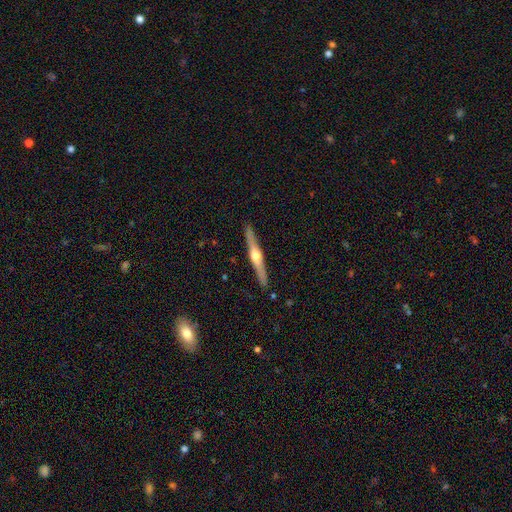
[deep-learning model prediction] This appears to be a featured or disk galaxy (73%) viewed edge-on (98%) with a rounded central bulge (93%). Merging: none (91%).